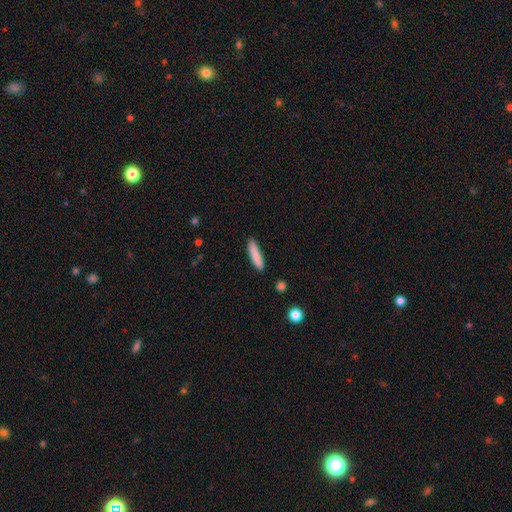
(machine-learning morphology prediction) Smooth or featured: smooth — 85% (featured or disk — 9%)
How rounded: cigar-shaped — 80% (in between — 19%)
Merging: none — 87% (minor disturbance — 10%)